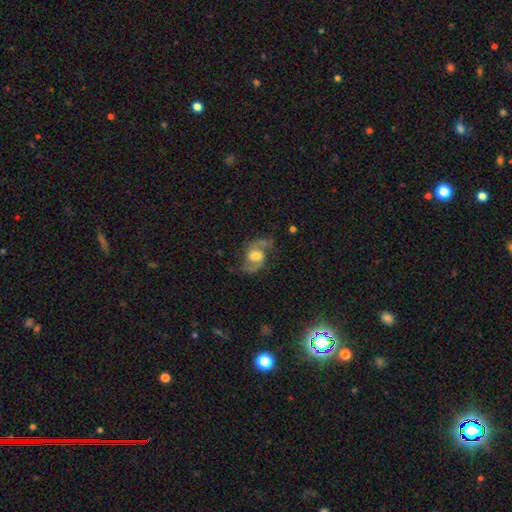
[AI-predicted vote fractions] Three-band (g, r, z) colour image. It shows a featured or disk galaxy (85%) with no bar (46%), 2 (93%) loose (47%) spiral arms (96%) and a moderate central bulge (64%). Merging: none (71%).